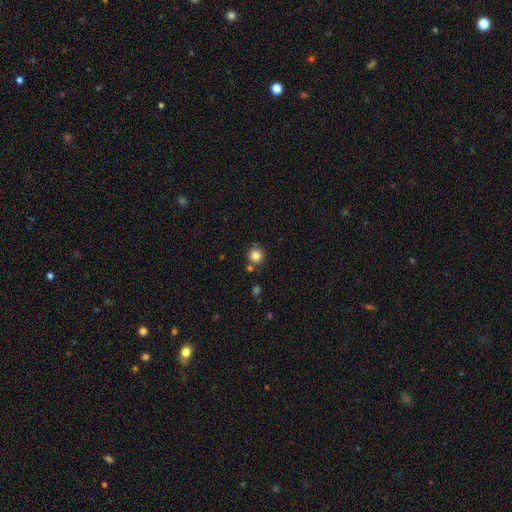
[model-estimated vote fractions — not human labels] Smooth or featured?
  - smooth: 83% *
  - star or artifact: 11%
  - featured or disk: 5%
How rounded?
  - round: 94% *
  - in between: 6%
  - cigar-shaped: 1%
Merging?
  - none: 79% *
  - merger: 9%
  - minor disturbance: 9%
  - major disturbance: 3%